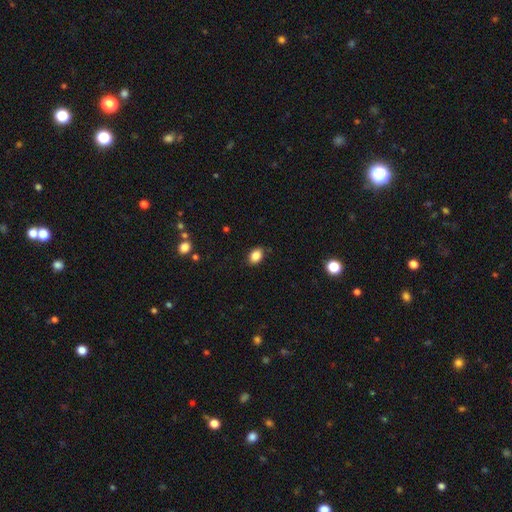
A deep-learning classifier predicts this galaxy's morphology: smooth_or_featured: smooth (p=0.86) [alt: star or artifact p=0.09]
how_rounded: in between (p=0.75) [alt: round p=0.24]
merging: none (p=0.86) [alt: minor disturbance p=0.10]